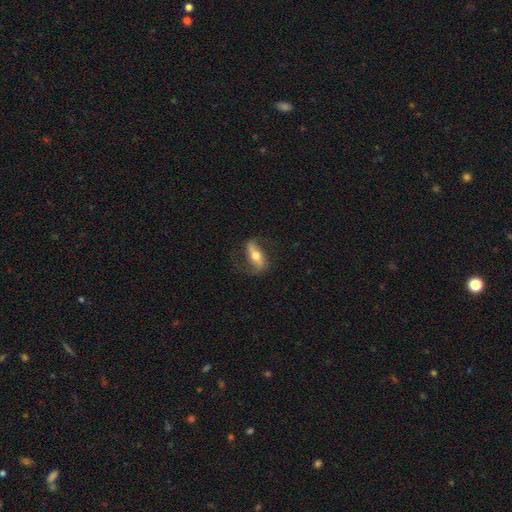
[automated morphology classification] type=featured or disk (72%); edge-on=no (84%); bar=strong (48%); spiral arms=yes (89%); winding=loose (65%); arm count=2 (88%); bulge=moderate (67%); merging=none (72%).